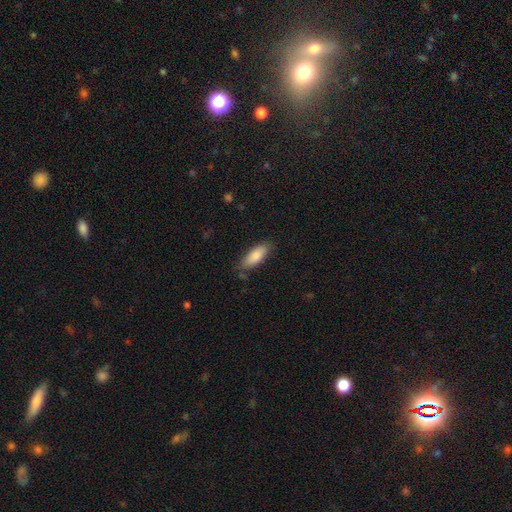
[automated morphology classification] Overall: smooth (85%). How rounded: in between (73%). Merging: none (79%).